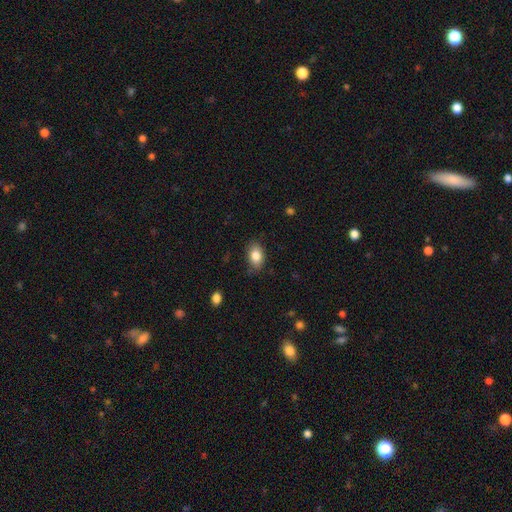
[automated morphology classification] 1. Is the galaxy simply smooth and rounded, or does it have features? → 84% smooth, 8% featured or disk, 8% star or artifact.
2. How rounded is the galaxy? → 84% in between, 15% round, 1% cigar-shaped.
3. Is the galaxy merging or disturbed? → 81% none, 15% minor disturbance, 3% major disturbance, 1% merger.